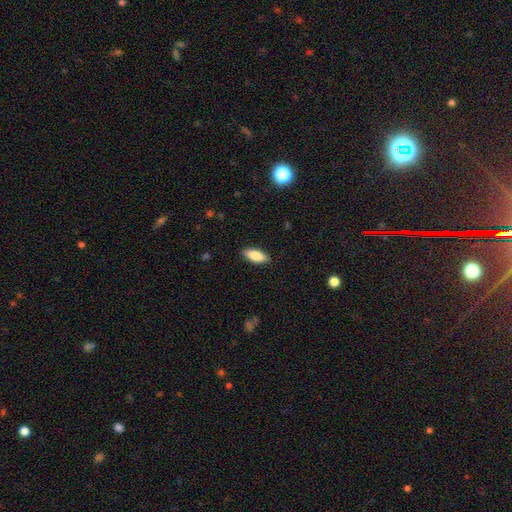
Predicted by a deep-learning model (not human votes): Morphology: type=smooth (82%); roundness=in between (75%); merging=none (89%).